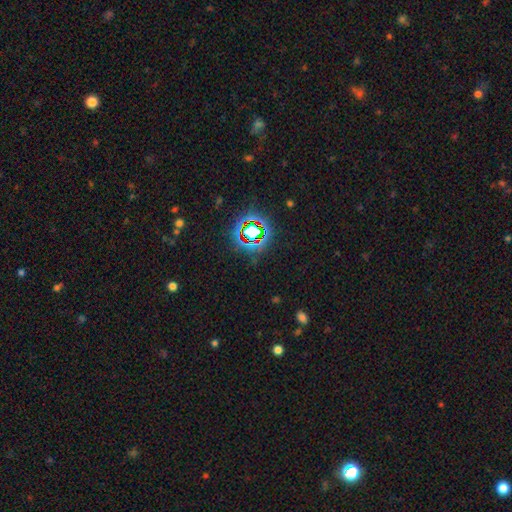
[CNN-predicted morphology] Smooth or featured? star or artifact (69%)